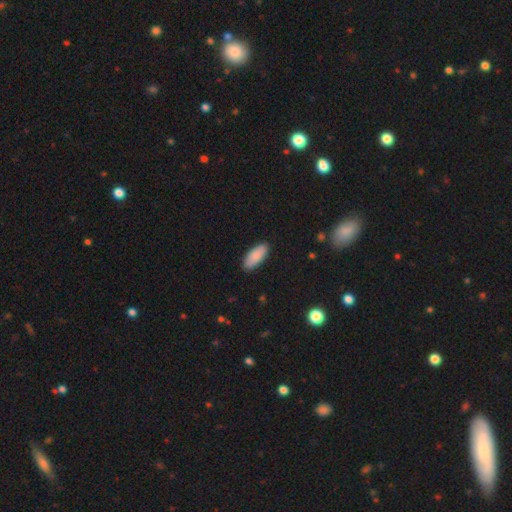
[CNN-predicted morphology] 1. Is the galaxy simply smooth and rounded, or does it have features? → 89% smooth, 6% star or artifact, 6% featured or disk.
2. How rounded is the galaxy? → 83% in between, 16% cigar-shaped, 2% round.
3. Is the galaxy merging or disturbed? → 89% none, 8% minor disturbance, 2% major disturbance, 1% merger.